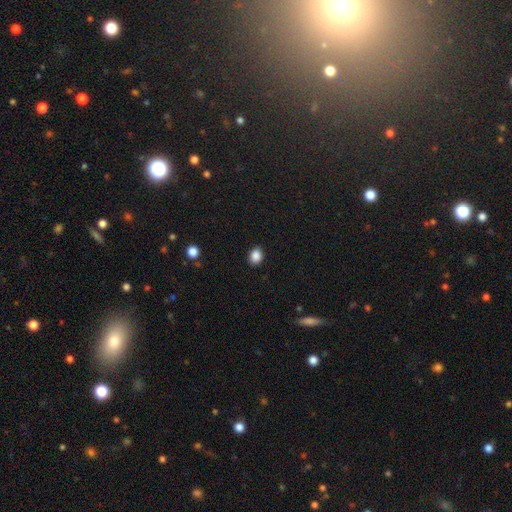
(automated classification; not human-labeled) smooth-or-featured: smooth: 88% | star or artifact: 9% | featured or disk: 3%
  how-rounded: in between: 59% | round: 40% | cigar-shaped: 1%
  merging: none: 90% | minor disturbance: 7% | major disturbance: 2% | merger: 1%